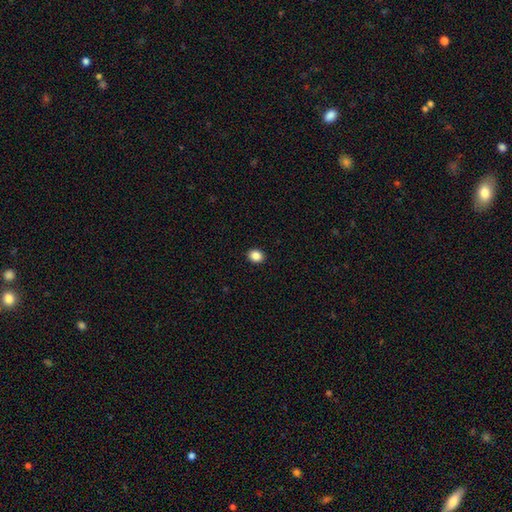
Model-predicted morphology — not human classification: Smooth or featured: smooth — 86% (star or artifact — 10%)
How rounded: round — 60% (in between — 39%)
Merging: none — 92% (minor disturbance — 6%)